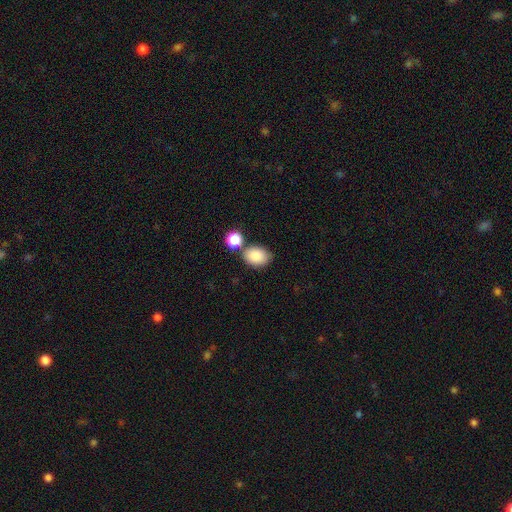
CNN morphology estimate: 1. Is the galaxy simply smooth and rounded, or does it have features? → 85% smooth, 8% star or artifact, 7% featured or disk.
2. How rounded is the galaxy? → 72% in between, 27% round, 1% cigar-shaped.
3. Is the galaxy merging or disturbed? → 65% none, 17% merger, 14% minor disturbance, 4% major disturbance.